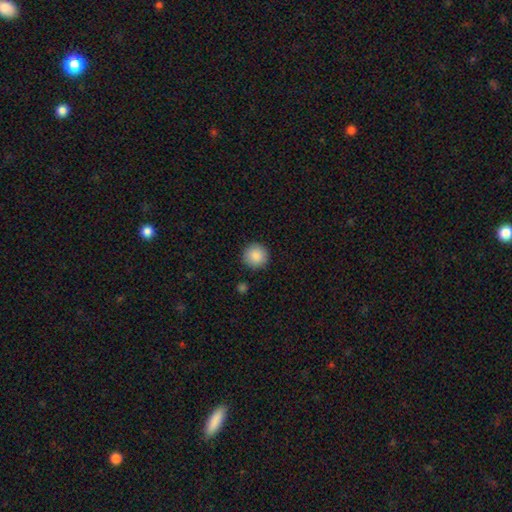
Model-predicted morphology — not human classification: smooth-or-featured: smooth: 89% | star or artifact: 8% | featured or disk: 3%
  how-rounded: round: 96% | in between: 3% | cigar-shaped: 1%
  merging: none: 91% | minor disturbance: 6% | major disturbance: 2% | merger: 1%